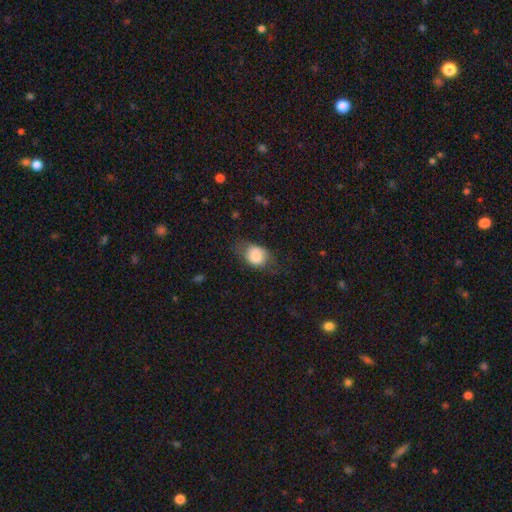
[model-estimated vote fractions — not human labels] smooth_or_featured: smooth (p=0.79) [alt: featured or disk p=0.13]
how_rounded: in between (p=0.61) [alt: round p=0.37]
merging: none (p=0.59) [alt: minor disturbance p=0.26]